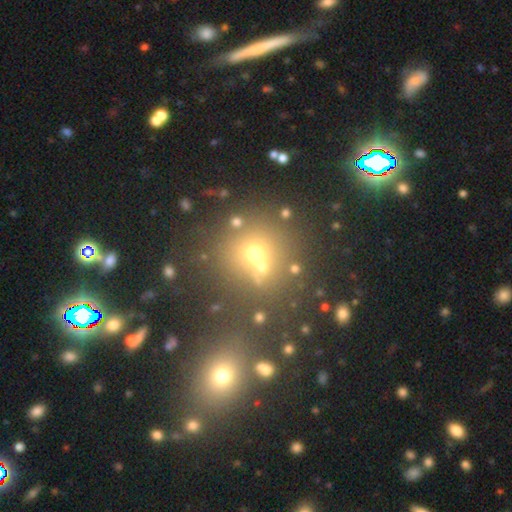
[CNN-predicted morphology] Smooth or featured?
  - smooth: 44% *
  - star or artifact: 42%
  - featured or disk: 14%
Merging?
  - none: 56% *
  - merger: 28%
  - minor disturbance: 10%
  - major disturbance: 6%